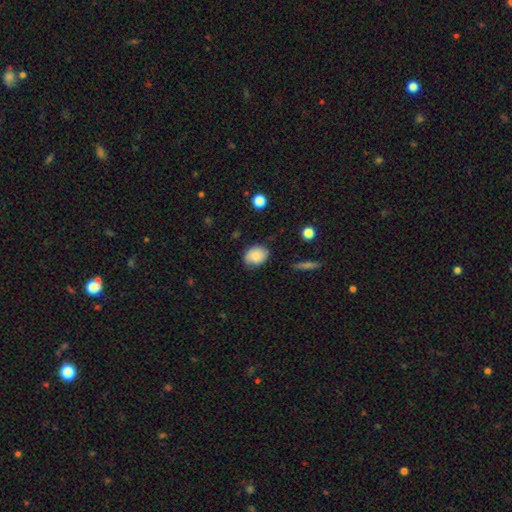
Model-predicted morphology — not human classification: A smooth galaxy with no disk features (79%) that is in between round and cigar-shaped (57%). Merging: none (72%).